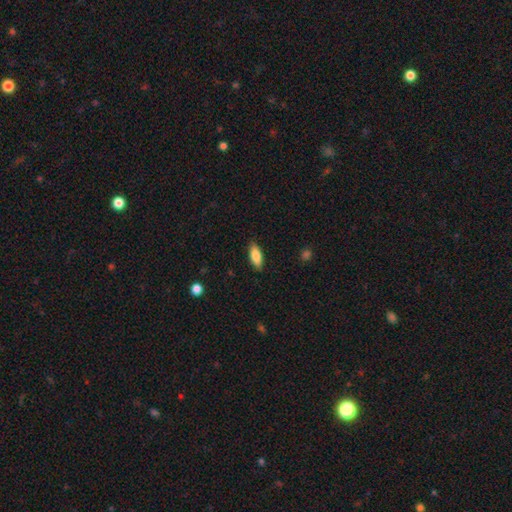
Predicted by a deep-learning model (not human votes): smooth_or_featured: smooth (p=0.83) [alt: featured or disk p=0.11]
how_rounded: in between (p=0.80) [alt: cigar-shaped p=0.17]
merging: none (p=0.87) [alt: minor disturbance p=0.10]